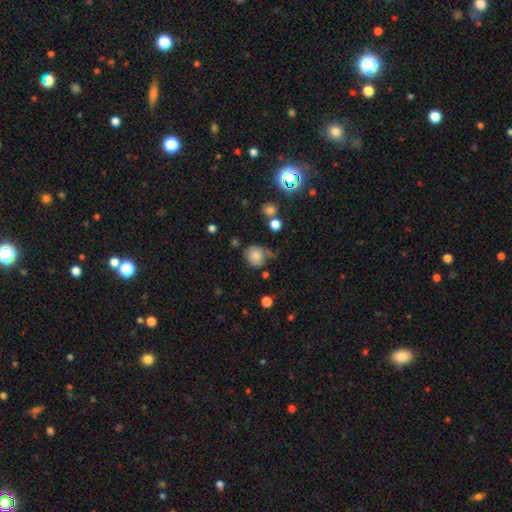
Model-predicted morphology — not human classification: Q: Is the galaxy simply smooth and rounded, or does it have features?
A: smooth — 75%.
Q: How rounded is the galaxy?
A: round — 72%.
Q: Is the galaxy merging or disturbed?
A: none — 48%.